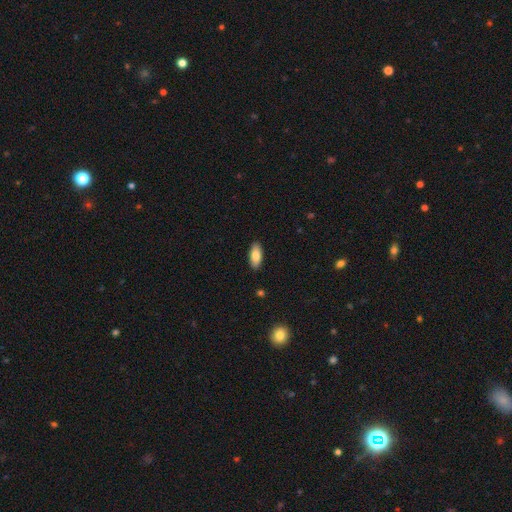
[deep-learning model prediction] smooth 83%, featured or disk 10%, star or artifact 6%. Down the decision tree: how rounded — in between (86%); merging — none (89%).